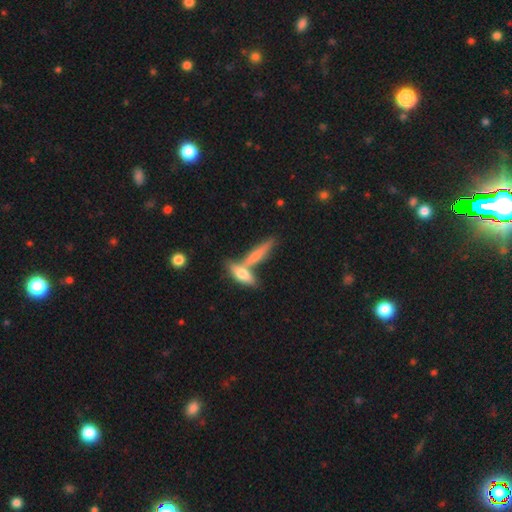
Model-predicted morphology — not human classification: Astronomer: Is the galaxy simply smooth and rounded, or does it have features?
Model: smooth — 63%.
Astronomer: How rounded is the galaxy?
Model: cigar-shaped — 72%.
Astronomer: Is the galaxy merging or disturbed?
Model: none — 50% (runner-up: merger, 36%).